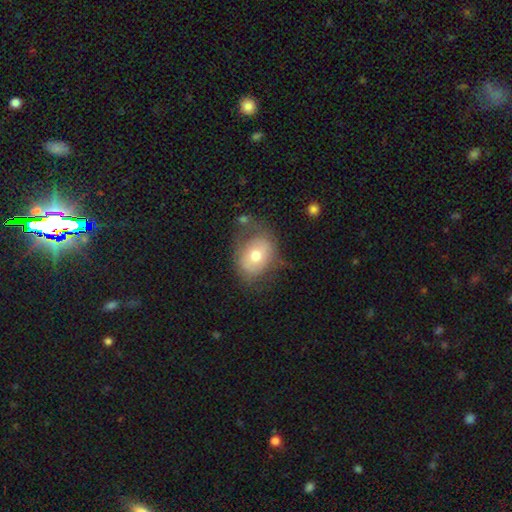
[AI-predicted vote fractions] Smooth or featured?
  - smooth: 60% *
  - featured or disk: 32%
  - star or artifact: 8%
How rounded?
  - in between: 62% *
  - round: 37%
  - cigar-shaped: 1%
Merging?
  - none: 53% *
  - minor disturbance: 27%
  - major disturbance: 16%
  - merger: 4%